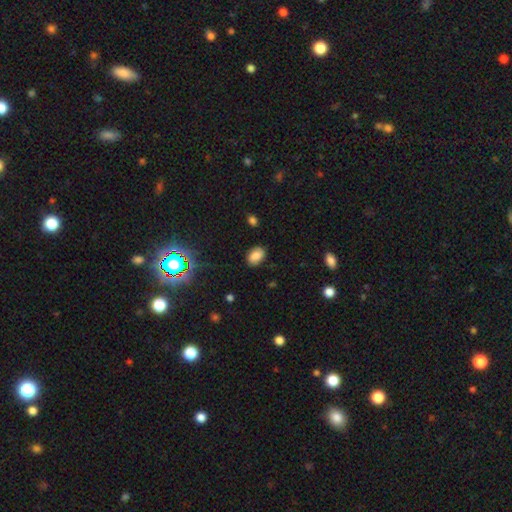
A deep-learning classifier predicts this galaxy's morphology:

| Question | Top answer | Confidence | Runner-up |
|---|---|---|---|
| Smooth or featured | smooth | 78% | star or artifact (12%) |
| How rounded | in between | 82% | round (16%) |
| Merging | none | 85% | minor disturbance (11%) |